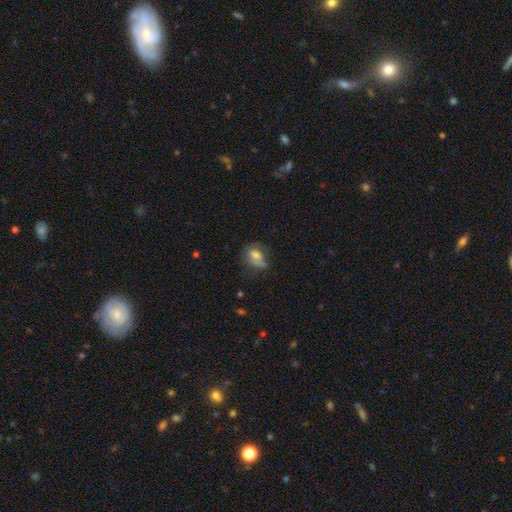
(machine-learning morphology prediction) type=smooth (59%); roundness=in between (71%); merging=none (42%).